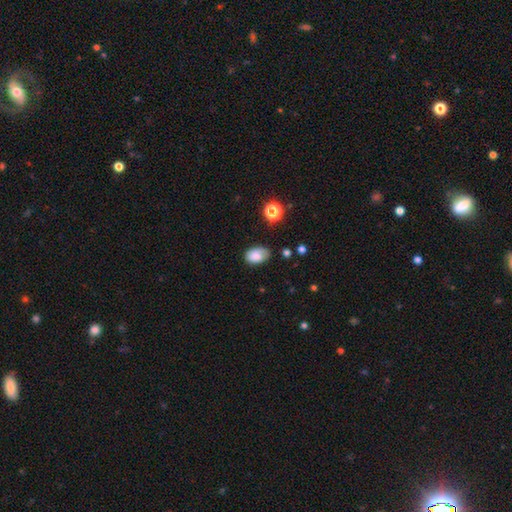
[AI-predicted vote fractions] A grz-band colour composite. It shows a smooth galaxy with no disk features (81%) that is in between round and cigar-shaped (86%). Merging: none (62%).